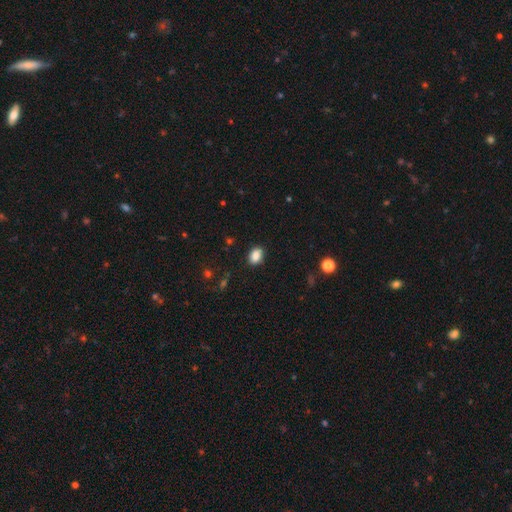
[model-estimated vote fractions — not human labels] Morphology: type=smooth (87%); roundness=in between (75%); merging=none (86%).